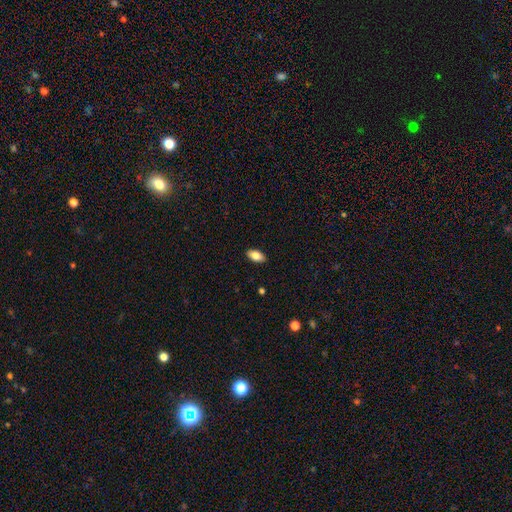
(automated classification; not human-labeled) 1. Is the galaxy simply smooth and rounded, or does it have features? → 82% smooth, 11% featured or disk, 7% star or artifact.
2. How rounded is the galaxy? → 92% in between, 5% cigar-shaped, 3% round.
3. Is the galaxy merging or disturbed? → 89% none, 8% minor disturbance, 2% major disturbance, 1% merger.